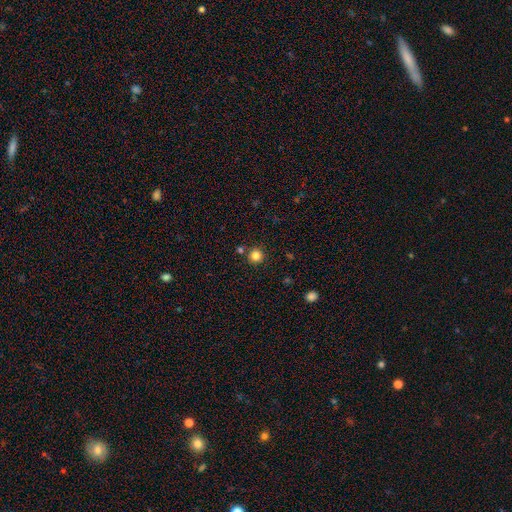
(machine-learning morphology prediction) Smooth or featured? Predicted: smooth (p=0.83). How rounded? Predicted: round (p=0.95). Merging? Predicted: none (p=0.86).